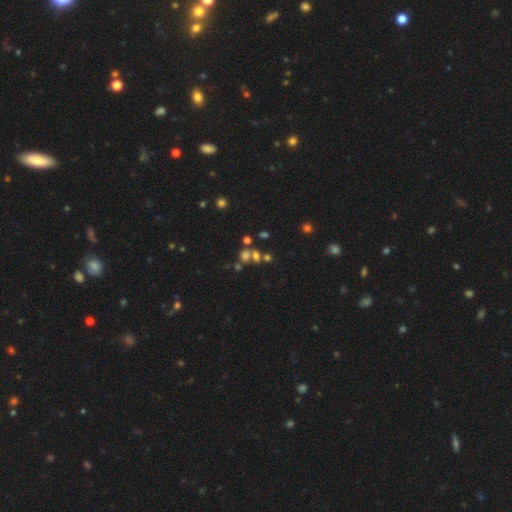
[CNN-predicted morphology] A smooth galaxy with no disk features (54%) that is round (65%). Merging: merger (42%, tied with none).